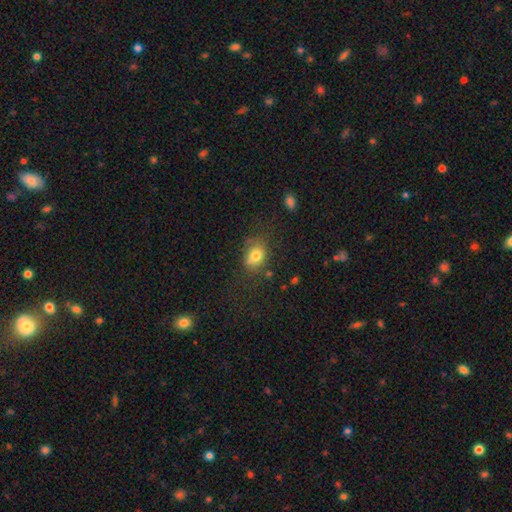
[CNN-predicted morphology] The model was most divided on "how rounded": in between: 64%, round: 34%, cigar-shaped: 2%. More confident: smooth or featured — smooth (76%); merging — none (65%).